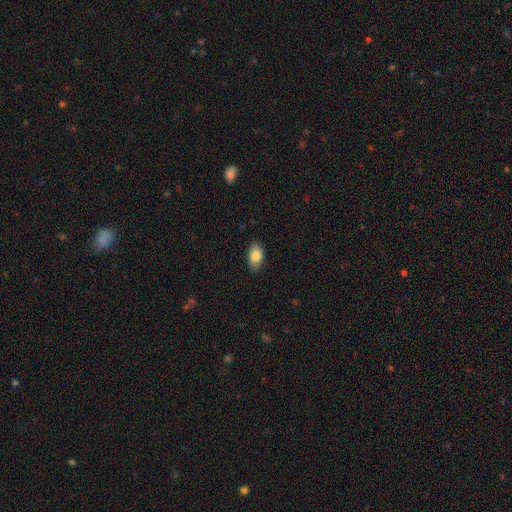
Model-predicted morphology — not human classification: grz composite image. It shows a smooth galaxy with no disk features (85%) that is in between round and cigar-shaped (93%). Merging: none (86%).